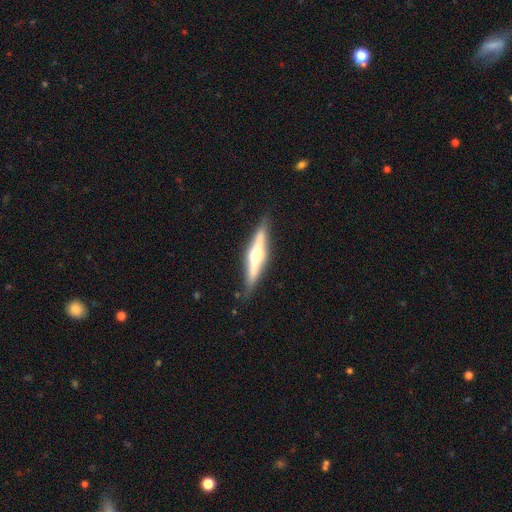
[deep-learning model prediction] Smooth or featured: featured or disk — 68% (smooth — 26%)
Edge-on disk: yes — 96% (no — 4%)
Edge-on bulge: rounded — 92% (boxy — 5%)
Merging: none — 86% (minor disturbance — 10%)